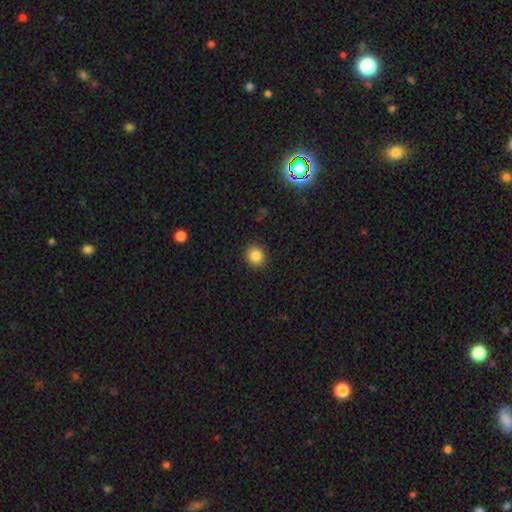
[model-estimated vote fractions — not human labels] Smooth or featured: smooth — 84% (star or artifact — 10%)
How rounded: round — 85% (in between — 14%)
Merging: none — 91% (minor disturbance — 6%)